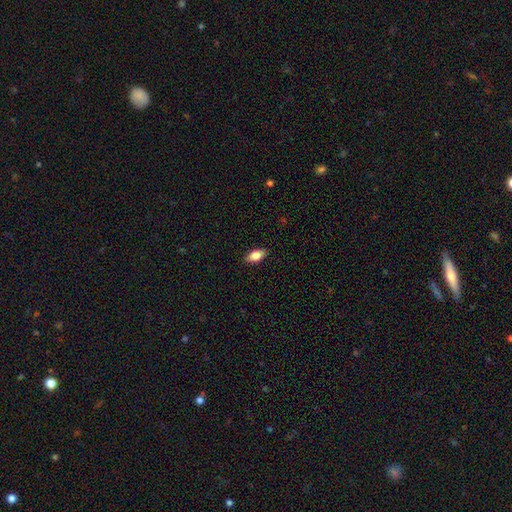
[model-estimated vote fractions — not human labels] Morphology: type=smooth (81%); roundness=in between (89%); merging=none (88%).